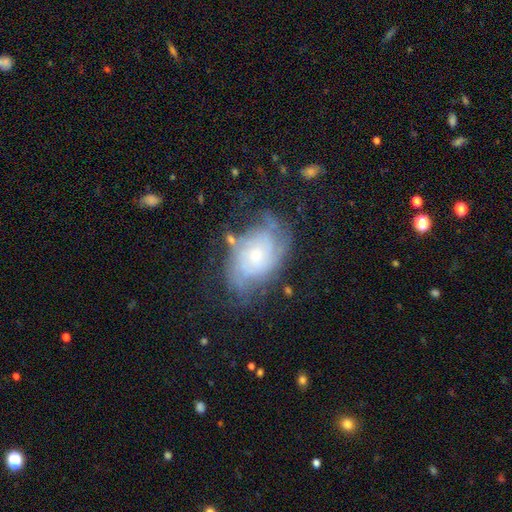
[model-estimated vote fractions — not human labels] Smooth or featured?
  - featured or disk: 75% *
  - smooth: 17%
  - star or artifact: 8%
Edge-on disk?
  - no: 96% *
  - yes: 4%
Bar?
  - no: 74% *
  - weak: 22%
  - strong: 4%
Spiral arms?
  - yes: 89% *
  - no: 11%
Spiral winding?
  - tight: 61% *
  - medium: 29%
  - loose: 10%
Spiral arm count?
  - can't tell: 49% *
  - 2: 24%
  - 3: 11%
  - 4: 6%
  - 1: 5%
  - more than 4: 4%
Bulge size?
  - small: 54% *
  - moderate: 36%
  - large: 5%
  - none: 4%
  - dominant: 1%
Merging?
  - none: 60% *
  - minor disturbance: 23%
  - major disturbance: 14%
  - merger: 3%